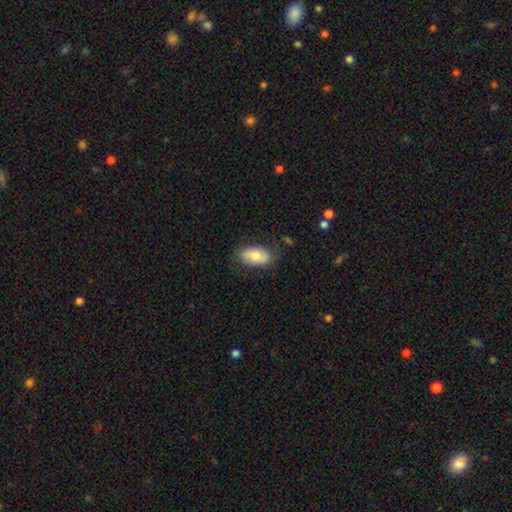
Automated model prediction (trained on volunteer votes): This appears to be a smooth galaxy with no disk features (74%) that is in between round and cigar-shaped (93%). Merging: none (74%).